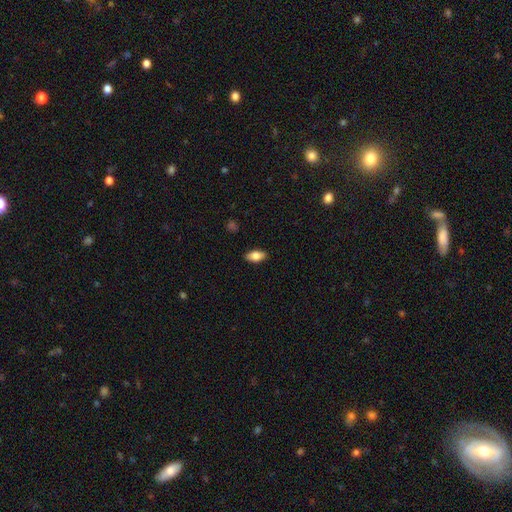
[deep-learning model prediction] Overall: smooth (79%). How rounded: in between (89%). Merging: none (88%).